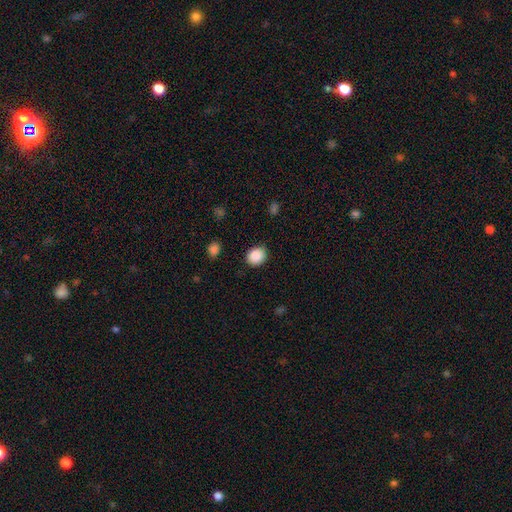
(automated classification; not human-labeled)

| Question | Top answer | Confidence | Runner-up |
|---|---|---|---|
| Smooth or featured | smooth | 89% | star or artifact (8%) |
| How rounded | round | 68% | in between (31%) |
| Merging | none | 86% | minor disturbance (10%) |